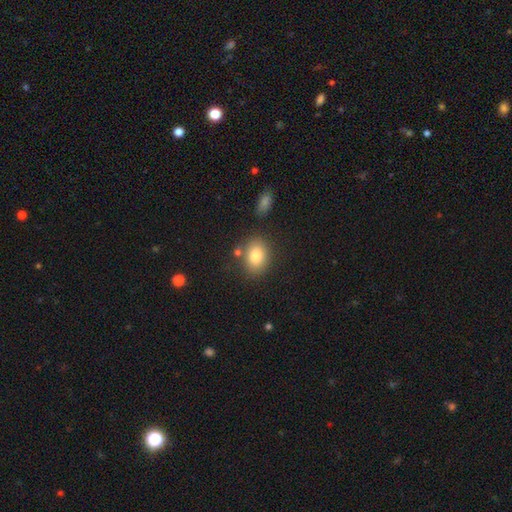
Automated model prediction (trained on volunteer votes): Smooth or featured: smooth — 82% (featured or disk — 9%)
How rounded: in between — 61% (round — 38%)
Merging: none — 78% (minor disturbance — 11%)